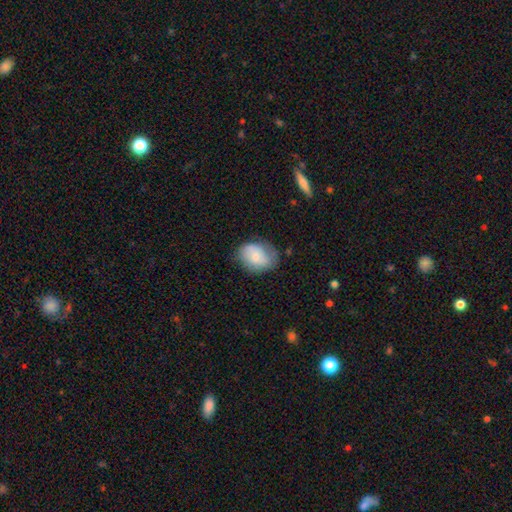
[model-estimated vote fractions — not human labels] This appears to be a smooth galaxy with no disk features (67%) that is in between round and cigar-shaped (64%). Merging: none (65%).